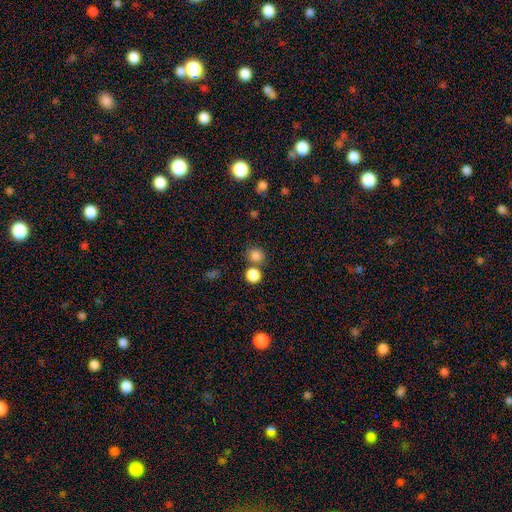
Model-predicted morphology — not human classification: The model was most divided on "merging": none: 70%, merger: 19%, minor disturbance: 8%, major disturbance: 3%. More confident: how rounded — round (87%); smooth or featured — smooth (83%).